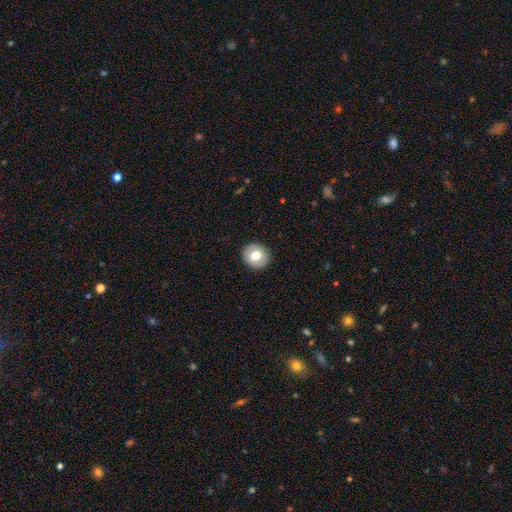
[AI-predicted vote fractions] The model was most divided on "smooth or featured": smooth: 74%, featured or disk: 18%, star or artifact: 8%. More confident: merging — none (91%); how rounded — round (85%).